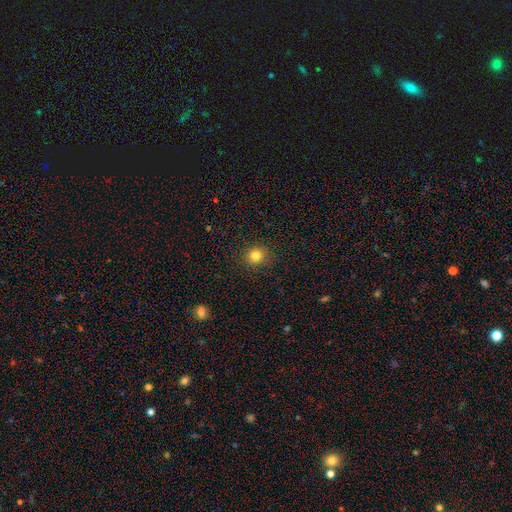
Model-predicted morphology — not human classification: A smooth galaxy with no disk features (83%) that is round (90%). Merging: none (90%).